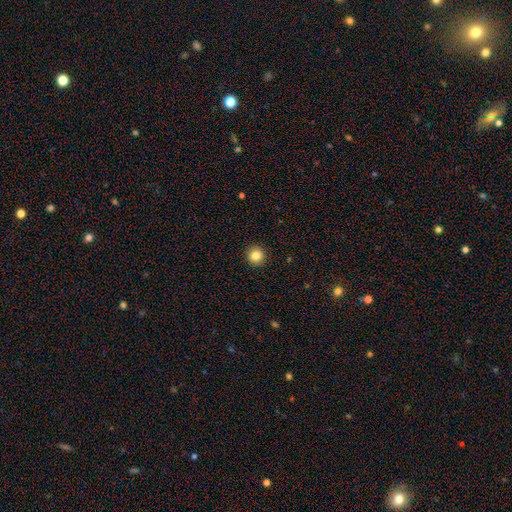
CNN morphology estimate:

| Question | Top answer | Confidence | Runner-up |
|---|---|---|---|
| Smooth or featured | smooth | 84% | star or artifact (10%) |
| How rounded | round | 95% | in between (4%) |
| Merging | none | 93% | minor disturbance (5%) |